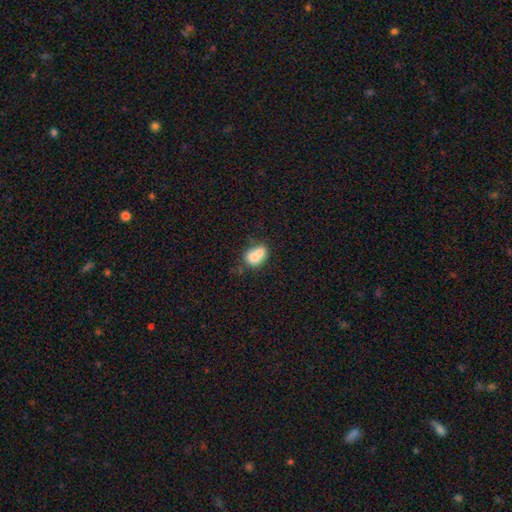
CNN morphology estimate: smooth-or-featured: smooth: 70% | featured or disk: 21% | star or artifact: 9%
  how-rounded: round: 50% | in between: 48% | cigar-shaped: 1%
  merging: merger: 66% | none: 23% | minor disturbance: 8% | major disturbance: 4%